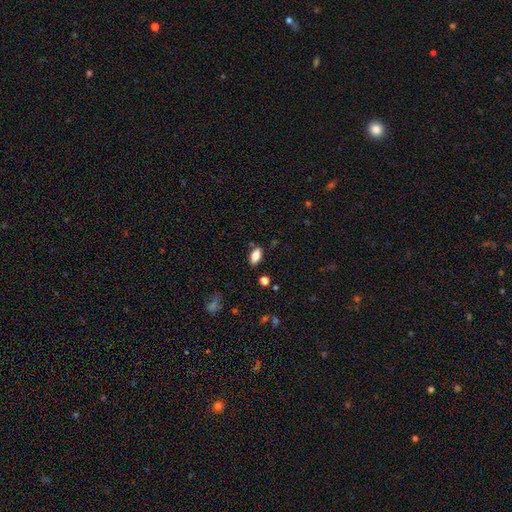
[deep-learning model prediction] Q: Smooth or featured?
A: smooth (80%); runner-up: featured or disk (12%)
Q: How rounded?
A: in between (90%); runner-up: cigar-shaped (6%)
Q: Merging?
A: none (83%); runner-up: minor disturbance (12%)